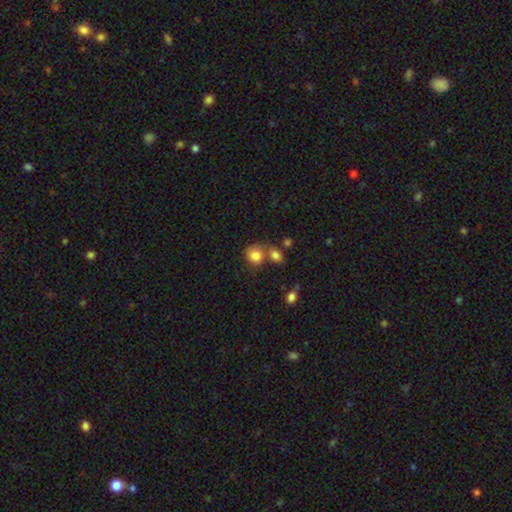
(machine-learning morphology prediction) Q: Smooth or featured?
A: smooth (83%); runner-up: star or artifact (9%)
Q: How rounded?
A: round (65%); runner-up: in between (34%)
Q: Merging?
A: none (43%); runner-up: merger (35%)